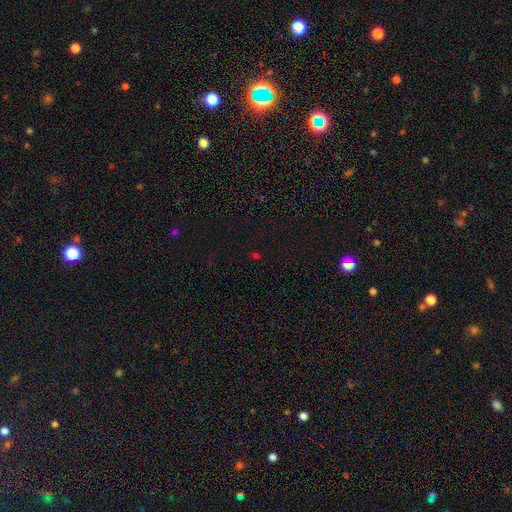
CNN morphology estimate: Overall: star or artifact (53%; smooth 40%).